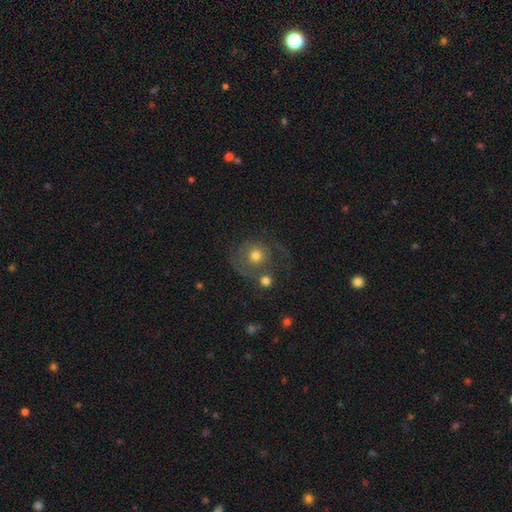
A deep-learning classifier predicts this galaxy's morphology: Smooth or featured?
  - smooth: 51% *
  - featured or disk: 38%
  - star or artifact: 11%
How rounded?
  - round: 85% *
  - in between: 14%
  - cigar-shaped: 1%
Merging?
  - none: 42% *
  - major disturbance: 23%
  - merger: 18%
  - minor disturbance: 18%